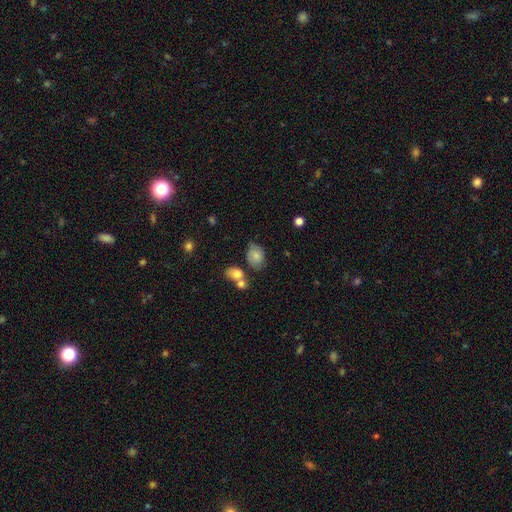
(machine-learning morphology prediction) Smooth or featured: smooth — 75% (featured or disk — 16%)
How rounded: in between — 76% (round — 23%)
Merging: none — 57% (minor disturbance — 22%)